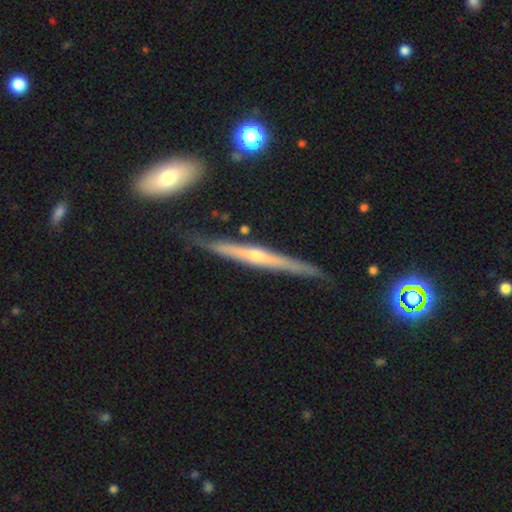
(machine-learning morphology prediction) featured or disk 74%, smooth 19%, star or artifact 7%. Down the decision tree: edge-on disk — yes (96%); edge-on bulge — rounded (71%); merging — none (83%).